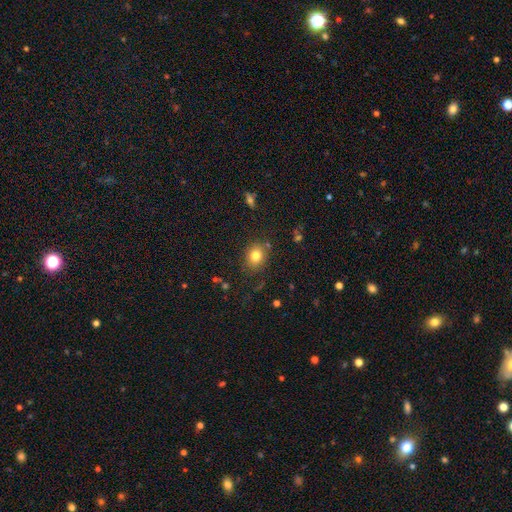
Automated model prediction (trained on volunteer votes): Q: Smooth or featured?
A: smooth (79%); runner-up: star or artifact (12%)
Q: How rounded?
A: round (59%); runner-up: in between (40%)
Q: Merging?
A: none (82%); runner-up: minor disturbance (12%)